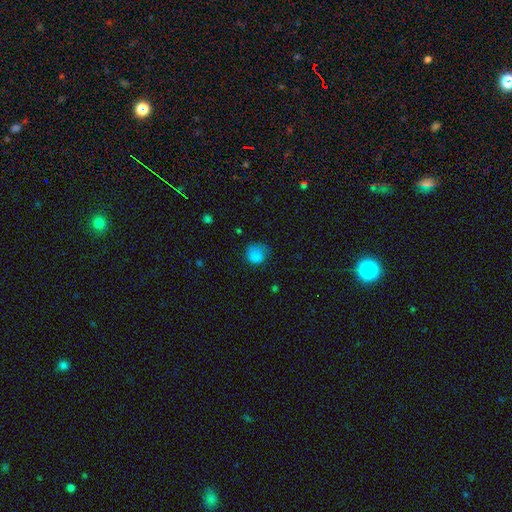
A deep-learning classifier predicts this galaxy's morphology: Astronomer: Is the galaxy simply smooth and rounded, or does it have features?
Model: smooth — 83%.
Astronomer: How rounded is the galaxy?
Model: round — 75%.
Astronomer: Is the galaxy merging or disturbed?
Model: none — 49% (runner-up: minor disturbance, 32%).